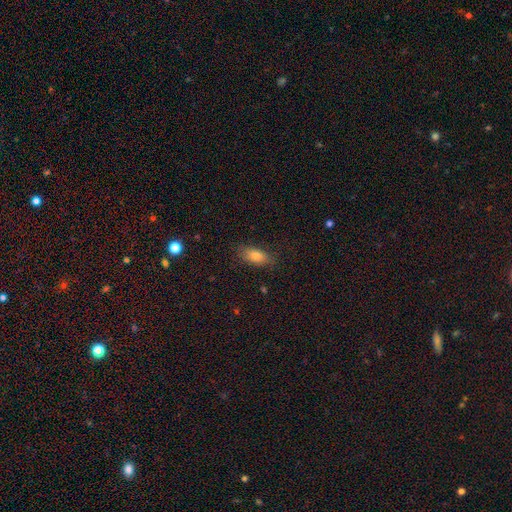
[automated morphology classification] Smooth or featured: smooth — 79% (featured or disk — 11%)
How rounded: in between — 83% (cigar-shaped — 13%)
Merging: none — 80% (minor disturbance — 15%)